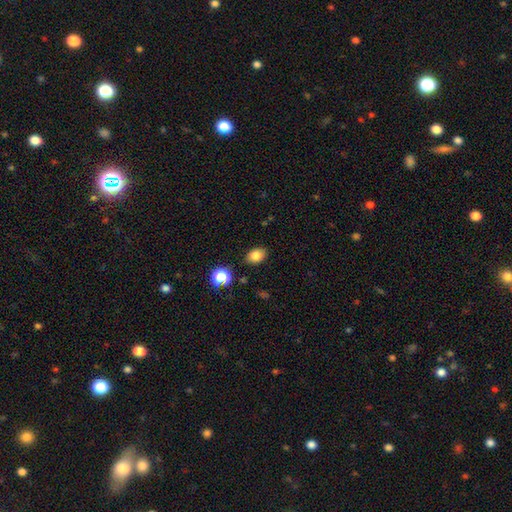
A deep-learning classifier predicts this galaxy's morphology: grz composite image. It shows a smooth galaxy with no disk features (81%) that is in between round and cigar-shaped (75%). Merging: none (85%).